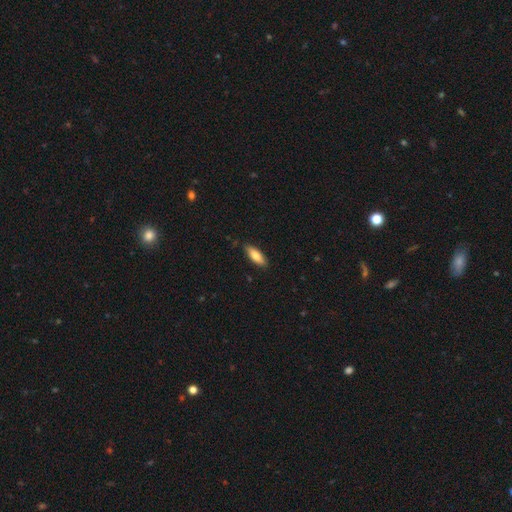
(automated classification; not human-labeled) Smooth or featured? Predicted: smooth (p=0.81). How rounded? Predicted: in between (p=0.61). Merging? Predicted: none (p=0.86).